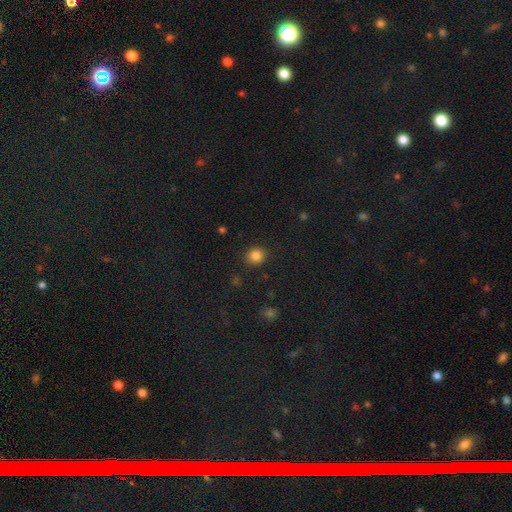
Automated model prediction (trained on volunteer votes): A smooth galaxy with no disk features (84%) that is round (84%). Merging: none (89%).